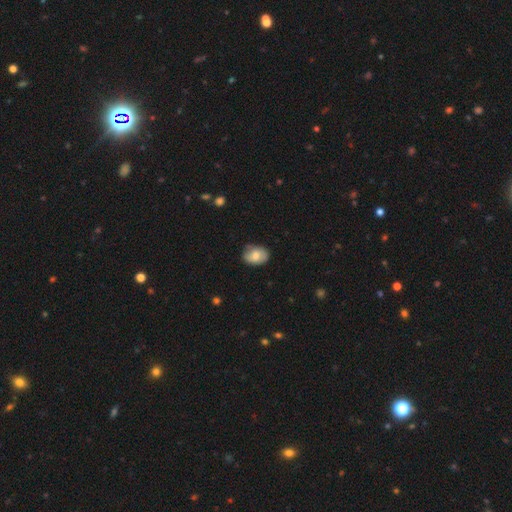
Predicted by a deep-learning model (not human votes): Smooth or featured? Predicted: smooth (p=0.74). How rounded? Predicted: in between (p=0.72). Merging? Predicted: none (p=0.76).